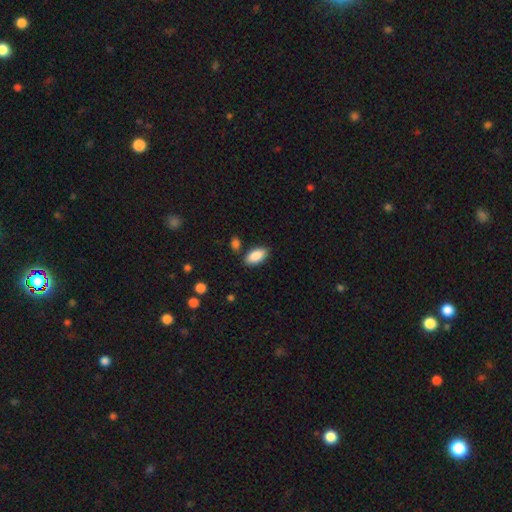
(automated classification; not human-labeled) The model was most divided on "merging": none: 82%, minor disturbance: 11%, merger: 4%, major disturbance: 2%. More confident: how rounded — in between (93%); smooth or featured — smooth (89%).